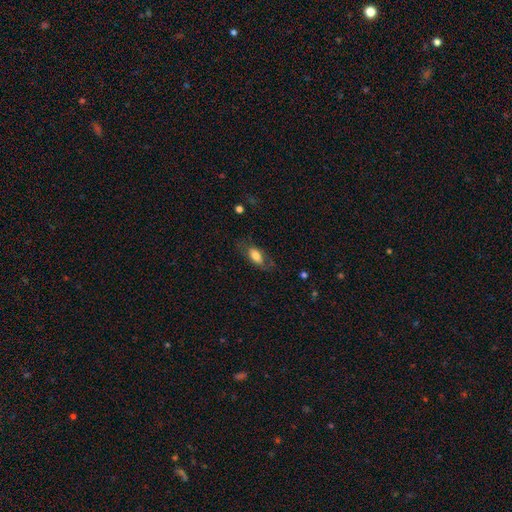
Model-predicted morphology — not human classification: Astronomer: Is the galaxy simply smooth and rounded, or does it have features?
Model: smooth — 70%.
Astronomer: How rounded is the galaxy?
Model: in between — 85%.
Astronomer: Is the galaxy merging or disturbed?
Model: none — 65%.